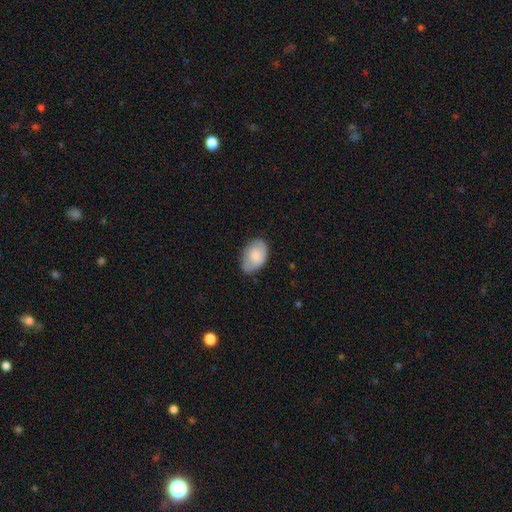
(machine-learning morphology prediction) Smooth or featured? Predicted: smooth (p=0.77). How rounded? Predicted: in between (p=0.90). Merging? Predicted: none (p=0.71).